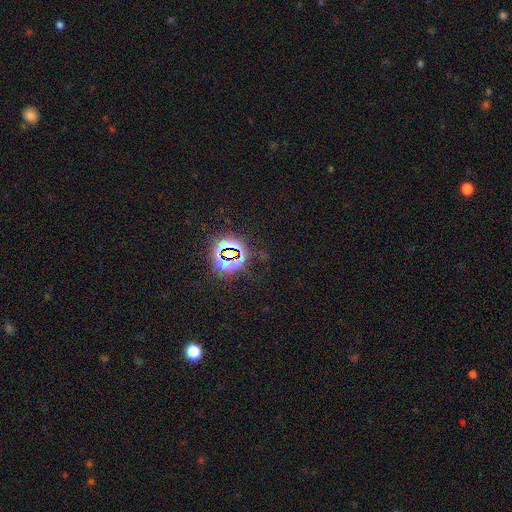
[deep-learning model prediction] A star or artifact, not a galaxy (79%).